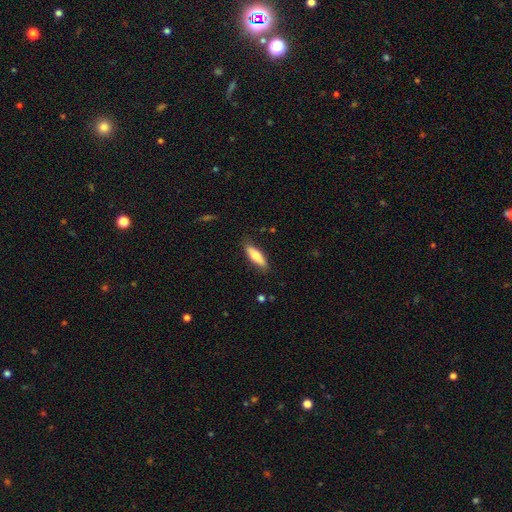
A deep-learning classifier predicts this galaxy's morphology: Smooth or featured? smooth (69%)
How rounded? in between (51%)
Merging? none (83%)